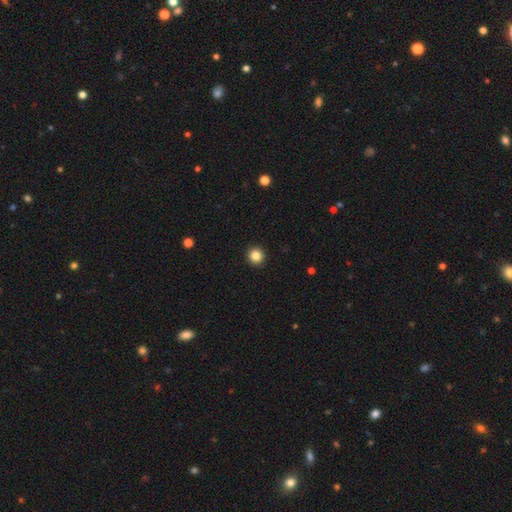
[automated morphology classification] A smooth galaxy with no disk features (84%) that is round (95%). Merging: none (94%).